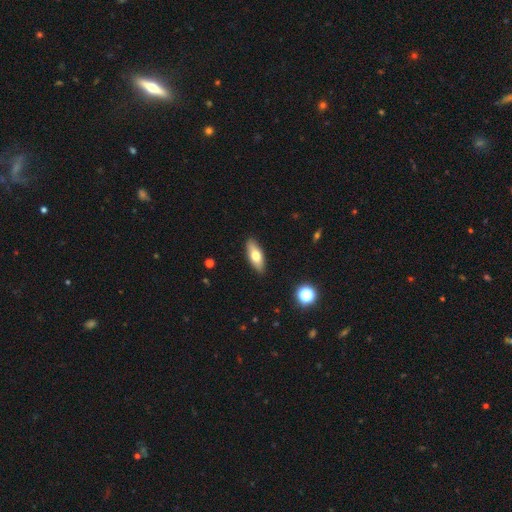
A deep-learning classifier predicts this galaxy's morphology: Overall: smooth (69%). How rounded: in between (70%). Merging: none (89%).